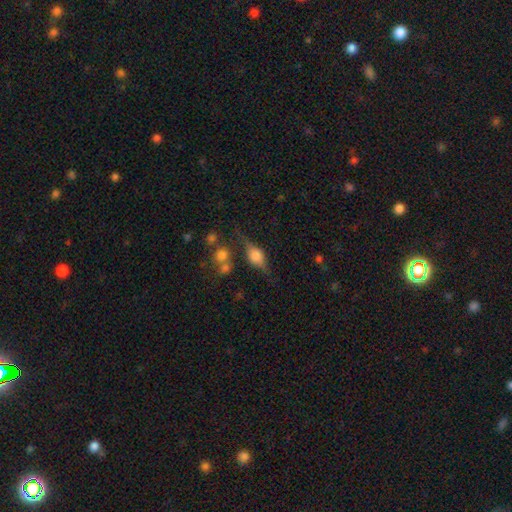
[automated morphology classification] Smooth or featured: featured or disk — 56% (smooth — 35%)
Edge-on disk: yes — 90% (no — 10%)
Edge-on bulge: rounded — 86% (boxy — 12%)
Merging: none — 63% (minor disturbance — 21%)